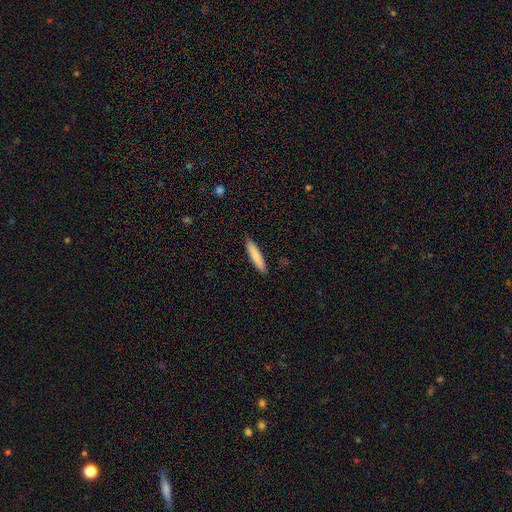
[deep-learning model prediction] Smooth or featured? Predicted: smooth (p=0.81). How rounded? Predicted: cigar-shaped (p=0.87). Merging? Predicted: none (p=0.91).